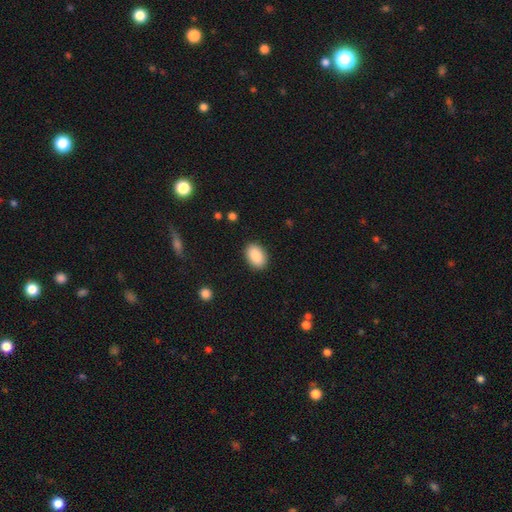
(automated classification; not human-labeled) Smooth or featured: smooth — 89% (star or artifact — 7%)
How rounded: in between — 88% (round — 11%)
Merging: none — 89% (minor disturbance — 8%)